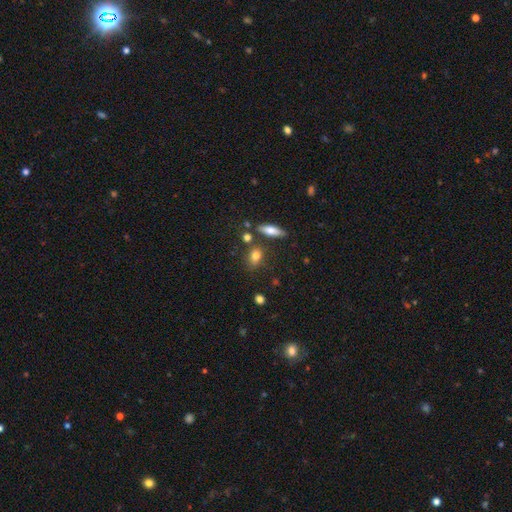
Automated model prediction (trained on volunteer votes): This is likely a smooth galaxy (76%). How rounded: likely in between (64%). Merging: likely none (68%).